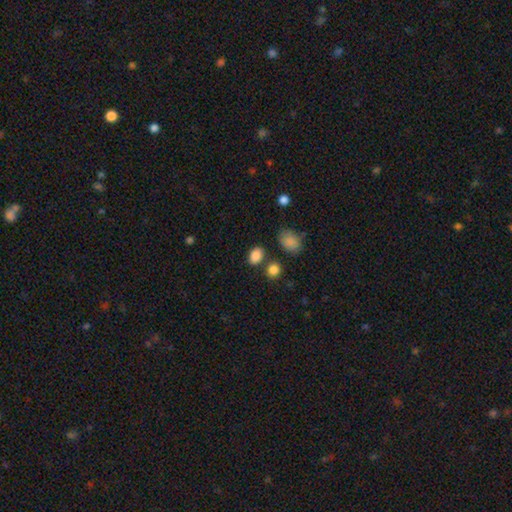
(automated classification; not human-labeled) This appears to be a smooth galaxy with no disk features (86%) that is in between round and cigar-shaped (72%). Merging: none (74%).